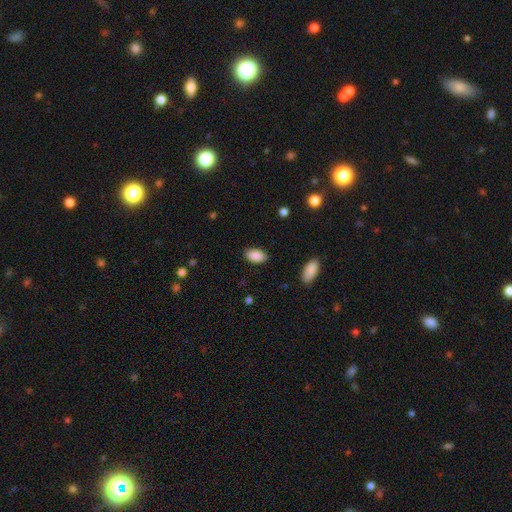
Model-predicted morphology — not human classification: A smooth galaxy with no disk features (89%) that is in between round and cigar-shaped (94%). Merging: none (87%).